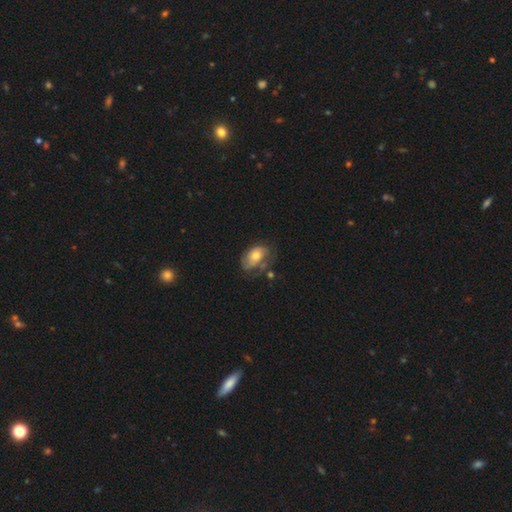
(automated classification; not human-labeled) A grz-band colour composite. It shows a smooth galaxy with no disk features (52%) that is in between round and cigar-shaped (84%). Merging: none (43%).